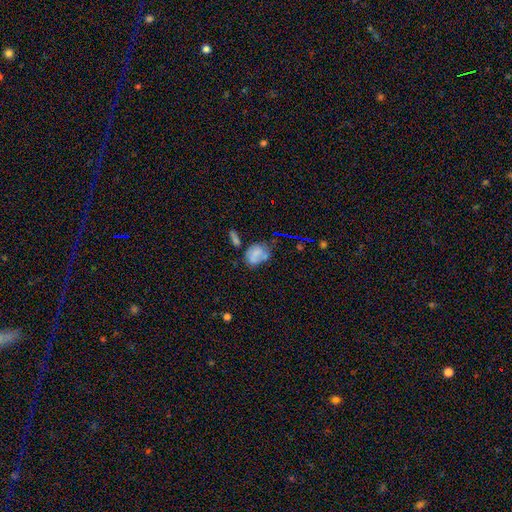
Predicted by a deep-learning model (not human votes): This appears to be a smooth galaxy with no disk features (63%) that is in between round and cigar-shaped (65%). Merging: none (41%).